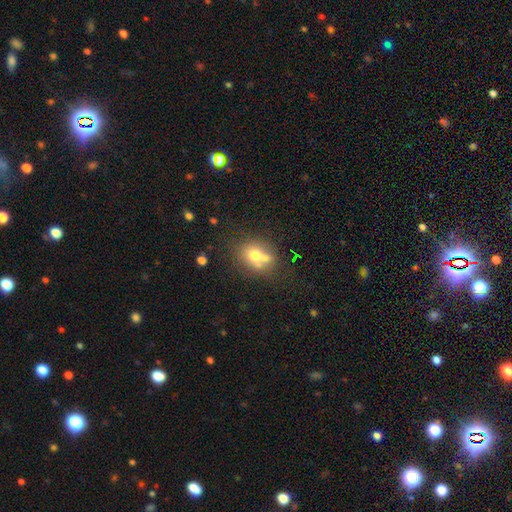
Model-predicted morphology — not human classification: Smooth or featured?
  - smooth: 64% *
  - featured or disk: 23%
  - star or artifact: 13%
How rounded?
  - round: 63% *
  - in between: 35%
  - cigar-shaped: 1%
Merging?
  - merger: 43% *
  - none: 40%
  - minor disturbance: 12%
  - major disturbance: 6%